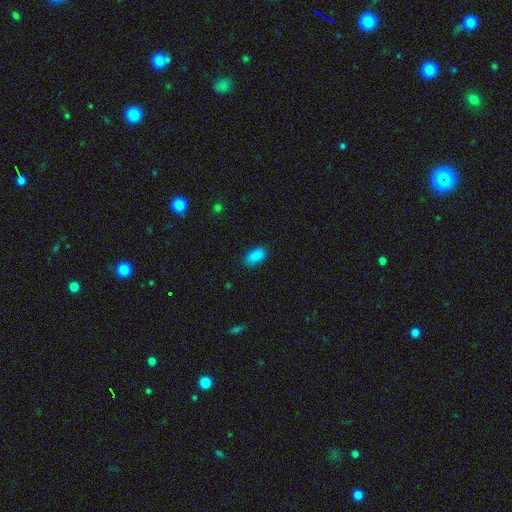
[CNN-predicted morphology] A smooth galaxy with no disk features (88%) that is in between round and cigar-shaped (92%).

Vote fractions:
- Smooth or featured? smooth: 88% / star or artifact: 9% / featured or disk: 3%
- How rounded? in between: 92% / round: 5% / cigar-shaped: 2%
- Merging? none: 83% / minor disturbance: 13% / major disturbance: 3% / merger: 1%